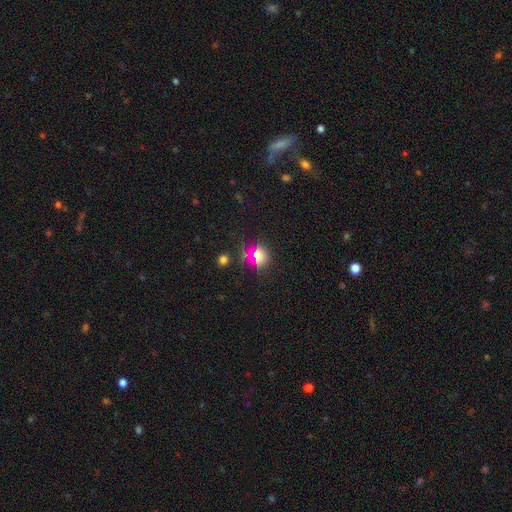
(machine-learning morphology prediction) Overall: smooth (64%; star or artifact 28%). How rounded: round (85%). Merging: none (82%).